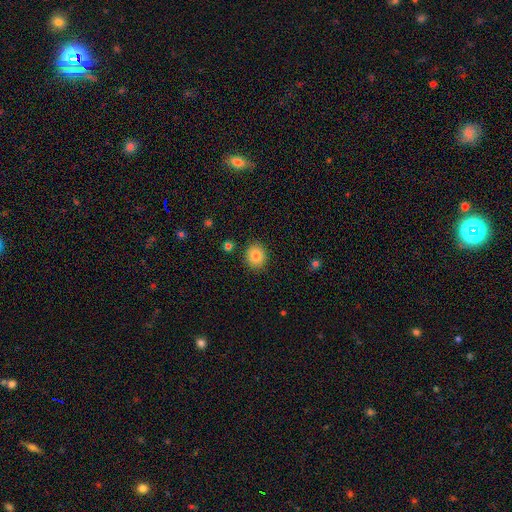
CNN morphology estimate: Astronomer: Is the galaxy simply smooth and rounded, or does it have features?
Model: smooth — 84%.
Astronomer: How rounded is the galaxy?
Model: round — 78%.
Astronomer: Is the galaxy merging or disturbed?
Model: none — 89%.